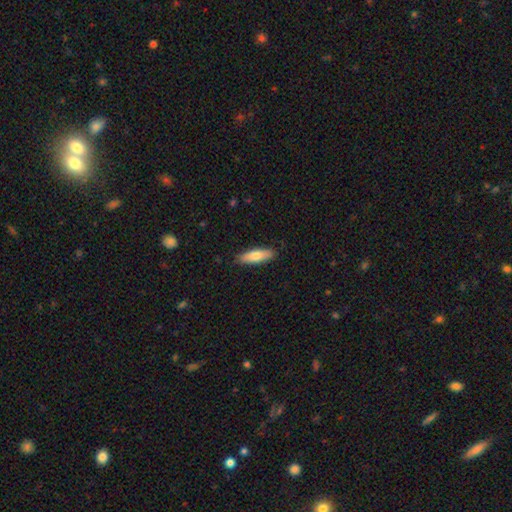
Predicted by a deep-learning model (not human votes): This appears to be a smooth galaxy with no disk features (76%) that is in between round and cigar-shaped (50%). Merging: none (87%).